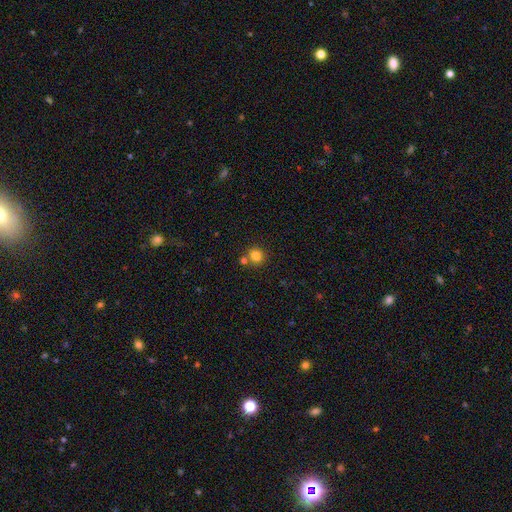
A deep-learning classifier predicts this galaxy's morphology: Smooth or featured: smooth — 82% (star or artifact — 12%)
How rounded: round — 91% (in between — 8%)
Merging: none — 75% (merger — 15%)